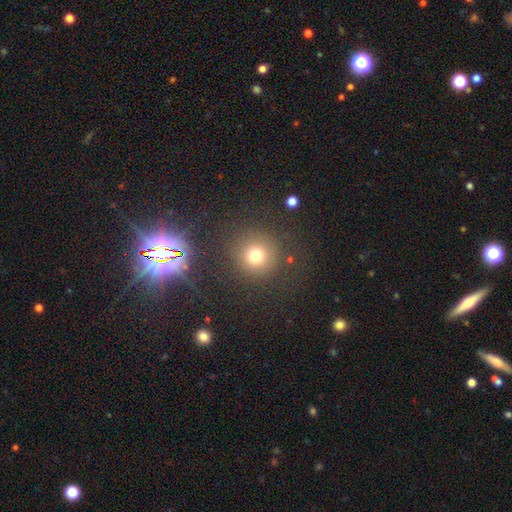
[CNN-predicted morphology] Smooth or featured?
  - smooth: 73% *
  - star or artifact: 18%
  - featured or disk: 8%
How rounded?
  - round: 93% *
  - in between: 6%
  - cigar-shaped: 1%
Merging?
  - none: 84% *
  - minor disturbance: 8%
  - major disturbance: 5%
  - merger: 3%